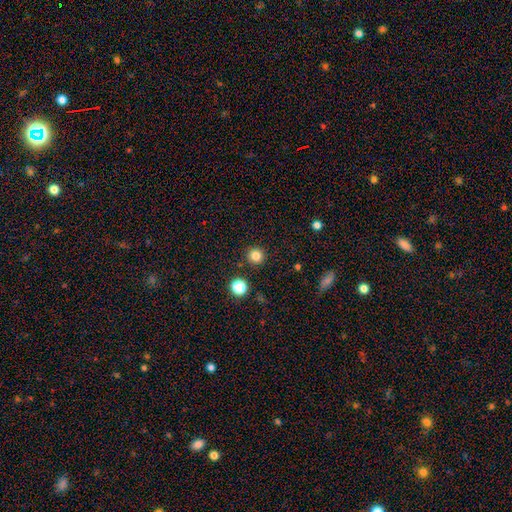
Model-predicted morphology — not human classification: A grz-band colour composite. It shows a smooth galaxy with no disk features (82%) that is round (94%). Merging: none (91%).